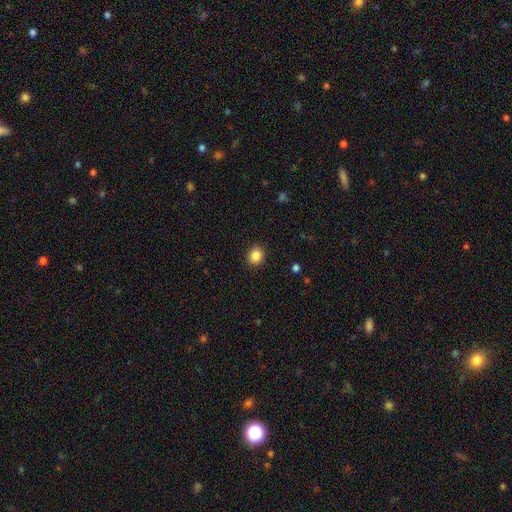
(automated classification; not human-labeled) Smooth or featured? Predicted: smooth (p=0.86). How rounded? Predicted: round (p=0.68). Merging? Predicted: none (p=0.91).